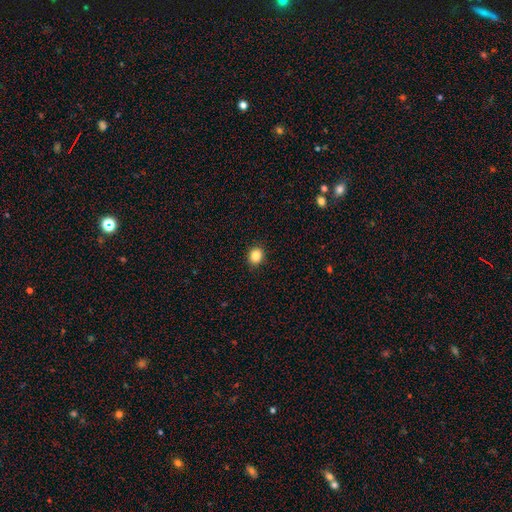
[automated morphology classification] This appears to be a smooth galaxy with no disk features (85%) that is round (70%). Merging: none (91%).